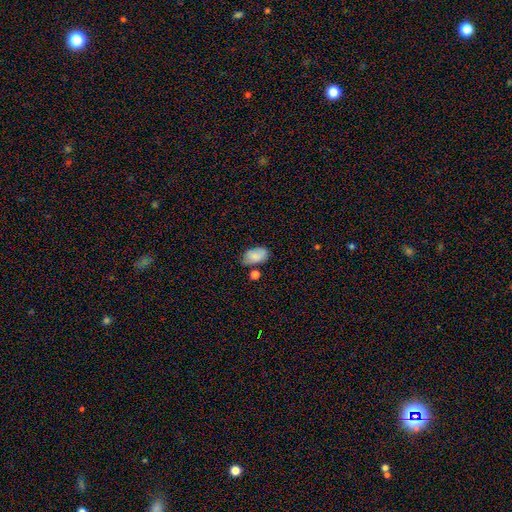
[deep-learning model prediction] smooth_or_featured: smooth (p=0.84) [alt: featured or disk p=0.08]
how_rounded: in between (p=0.93) [alt: round p=0.06]
merging: none (p=0.65) [alt: minor disturbance p=0.21]